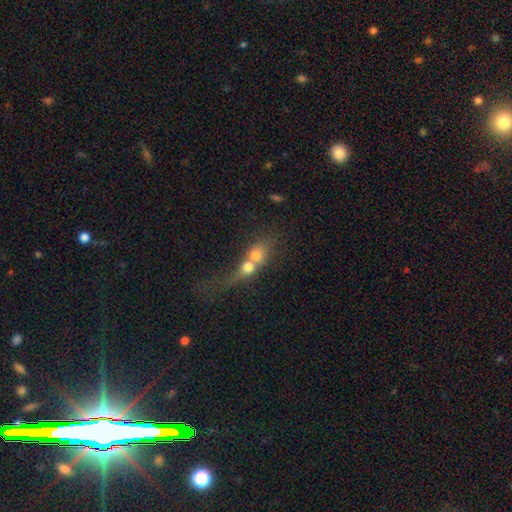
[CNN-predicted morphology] type=smooth (58%); roundness=round (50%); merging=merger (77%).